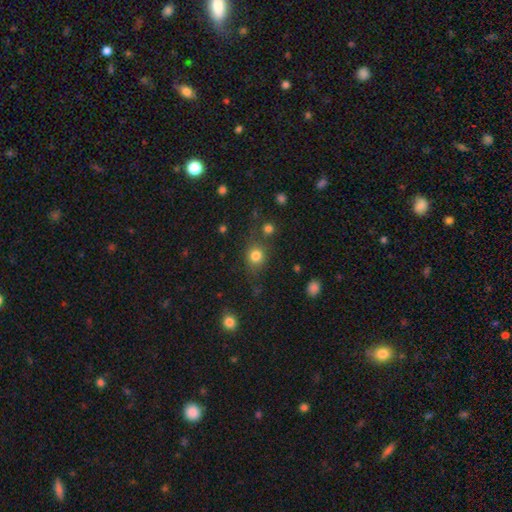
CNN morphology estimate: The model was most divided on "merging": none: 70%, minor disturbance: 14%, merger: 9%, major disturbance: 7%. More confident: how rounded — round (81%); smooth or featured — smooth (79%).